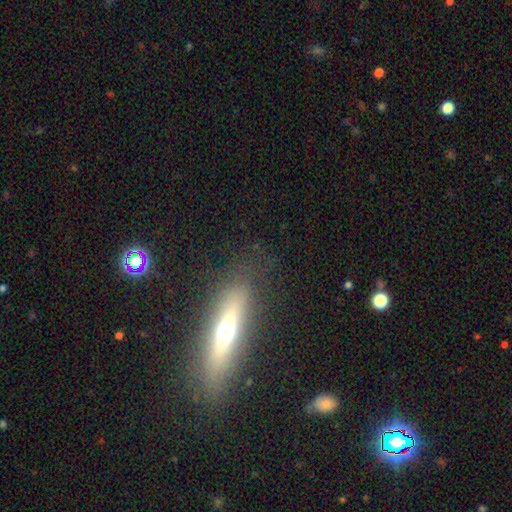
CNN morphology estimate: Smooth or featured? Predicted: featured or disk (p=0.46). Merging? Predicted: none (p=0.81).